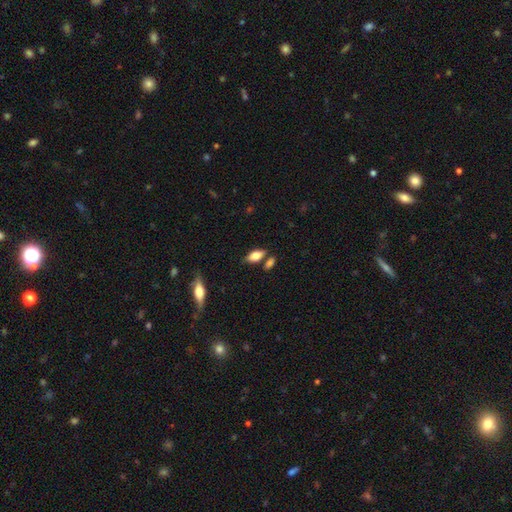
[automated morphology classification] A smooth galaxy with no disk features (72%) that is in between round and cigar-shaped (83%).

Vote fractions:
- Smooth or featured? smooth: 72% / featured or disk: 20% / star or artifact: 7%
- How rounded? in between: 83% / cigar-shaped: 13% / round: 3%
- Merging? none: 71% / minor disturbance: 13% / merger: 12% / major disturbance: 3%